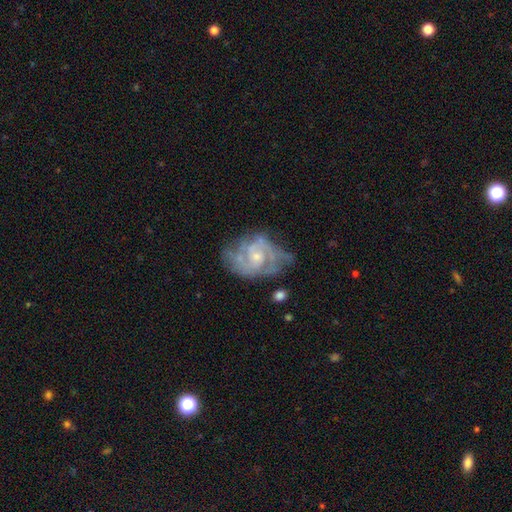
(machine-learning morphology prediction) smooth_or_featured: featured or disk (p=0.84) [alt: smooth p=0.10]
disk_edge_on: no (p=0.98) [alt: yes p=0.02]
bar: no (p=0.66) [alt: weak p=0.29]
has_spiral_arms: yes (p=0.90) [alt: no p=0.10]
spiral_winding: tight (p=0.47) [alt: medium p=0.42]
spiral_arm_count: 2 (p=0.46) [alt: can't tell p=0.27]
bulge_size: small (p=0.57) [alt: moderate p=0.36]
merging: none (p=0.50) [alt: minor disturbance p=0.28]